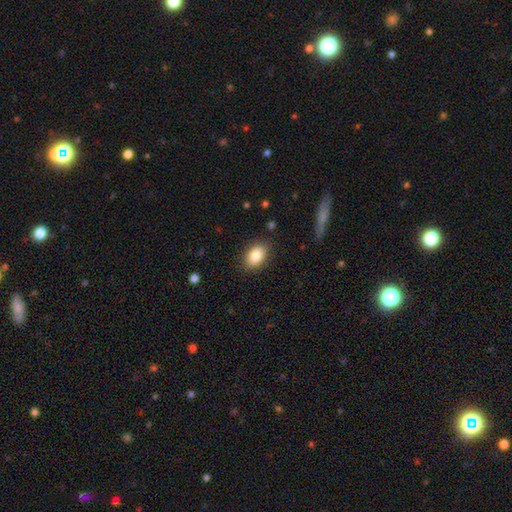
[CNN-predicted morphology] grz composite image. It shows a smooth galaxy with no disk features (84%) that is in between round and cigar-shaped (83%). Merging: none (86%).